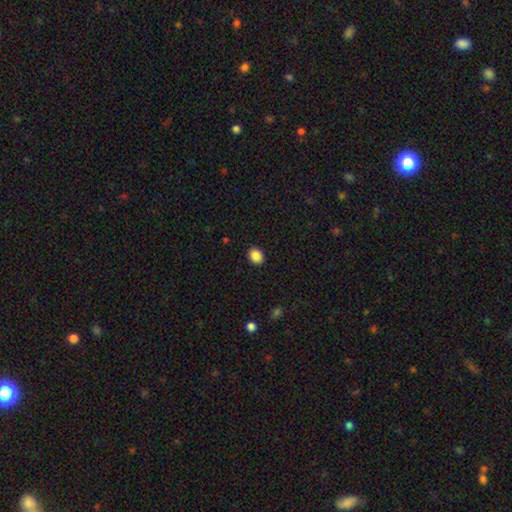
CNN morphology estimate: A smooth galaxy with no disk features (88%) that is round (51%). Merging: none (90%).